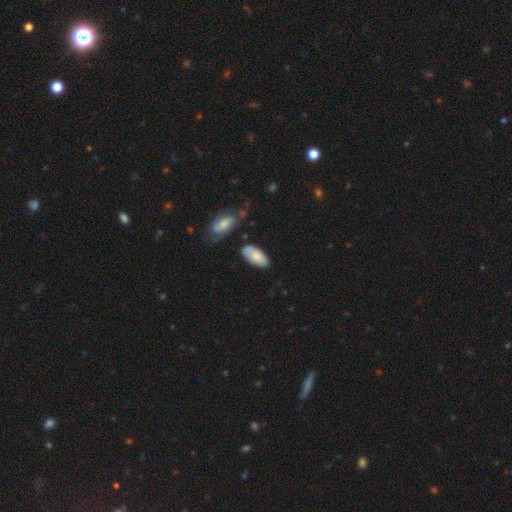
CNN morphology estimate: Q: Smooth or featured?
A: smooth (80%); runner-up: featured or disk (14%)
Q: How rounded?
A: in between (93%); runner-up: cigar-shaped (5%)
Q: Merging?
A: none (68%); runner-up: minor disturbance (22%)